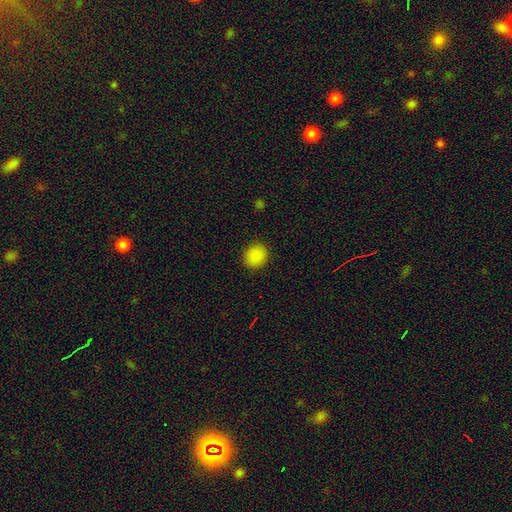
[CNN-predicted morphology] The model was most divided on "how rounded": round: 80%, in between: 19%, cigar-shaped: 1%. More confident: merging — none (91%); smooth or featured — smooth (88%).